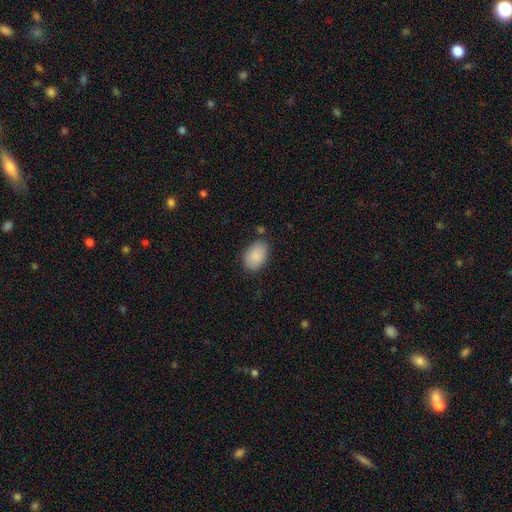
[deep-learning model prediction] A smooth galaxy with no disk features (88%) that is in between round and cigar-shaped (88%).

Vote fractions:
- Smooth or featured? smooth: 88% / star or artifact: 7% / featured or disk: 5%
- How rounded? in between: 88% / round: 11% / cigar-shaped: 1%
- Merging? none: 81% / minor disturbance: 14% / major disturbance: 3% / merger: 2%